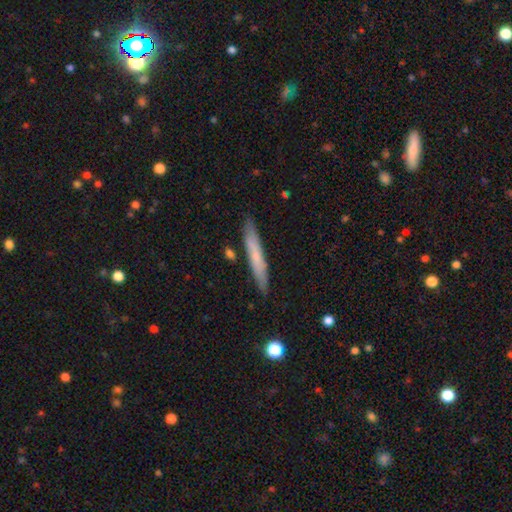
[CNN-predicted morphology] The model was most divided on "smooth or featured": smooth: 63%, featured or disk: 31%, star or artifact: 6%. More confident: how rounded — cigar-shaped (95%); merging — none (87%).